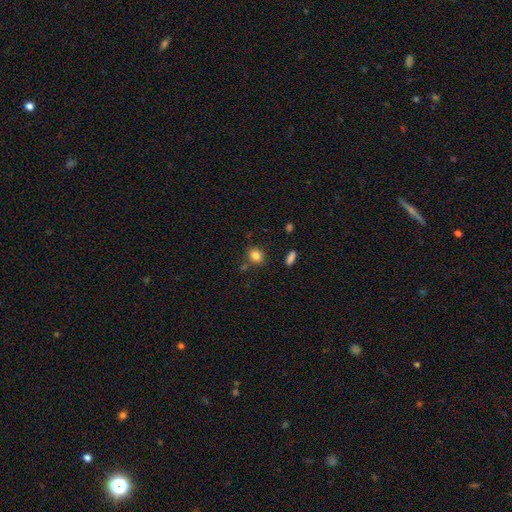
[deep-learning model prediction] This is clearly a smooth galaxy (83%). How rounded: possibly round (52%). Merging: likely none (76%).